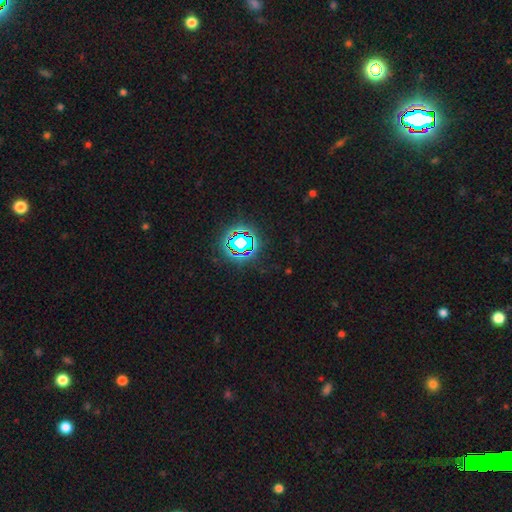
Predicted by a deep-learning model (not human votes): Smooth or featured? star or artifact (78%)